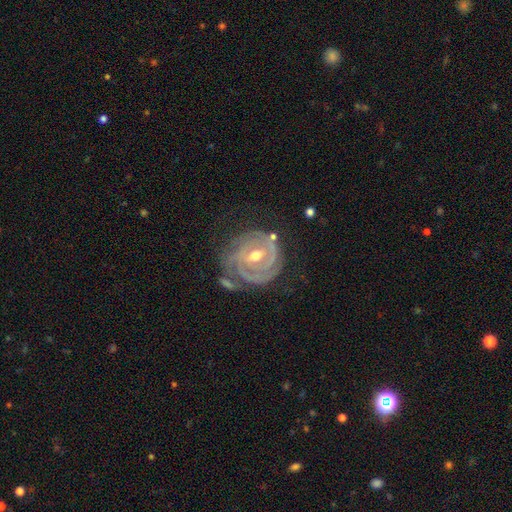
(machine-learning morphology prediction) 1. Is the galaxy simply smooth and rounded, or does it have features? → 88% featured or disk, 7% smooth, 5% star or artifact.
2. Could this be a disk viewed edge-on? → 97% no, 3% yes.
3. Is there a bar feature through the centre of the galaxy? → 45% weak, 34% no, 21% strong.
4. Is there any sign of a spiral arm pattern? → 95% yes, 5% no.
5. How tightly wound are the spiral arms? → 79% tight, 17% medium, 4% loose.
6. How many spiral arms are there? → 28% can't tell (tied), 28% 2 (tied), 25% 3, 8% 4, 6% 1, 5% more than 4.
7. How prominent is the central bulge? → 69% moderate, 26% small, 3% large, 1% none, 1% dominant.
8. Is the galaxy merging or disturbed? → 61% none, 22% minor disturbance, 12% major disturbance, 5% merger.